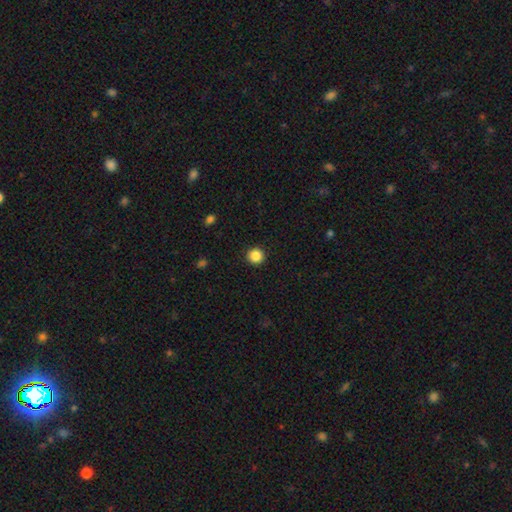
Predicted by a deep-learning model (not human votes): Smooth or featured: smooth — 87% (star or artifact — 10%)
How rounded: round — 95% (in between — 4%)
Merging: none — 93% (minor disturbance — 5%)